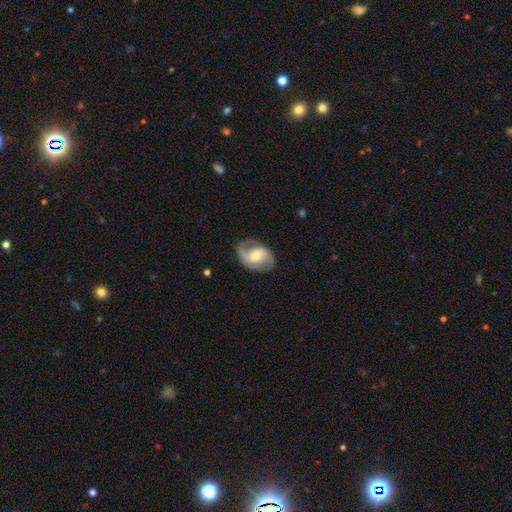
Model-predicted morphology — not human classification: The model was most divided on "bar": weak: 45%, no: 35%, strong: 20%. Remaining: edge-on disk — no (97%); spiral arms — yes (90%); spiral arm count — 2 (78%); smooth or featured — featured or disk (77%); merging — none (70%); bulge size — moderate (59%); spiral winding — medium (48%).